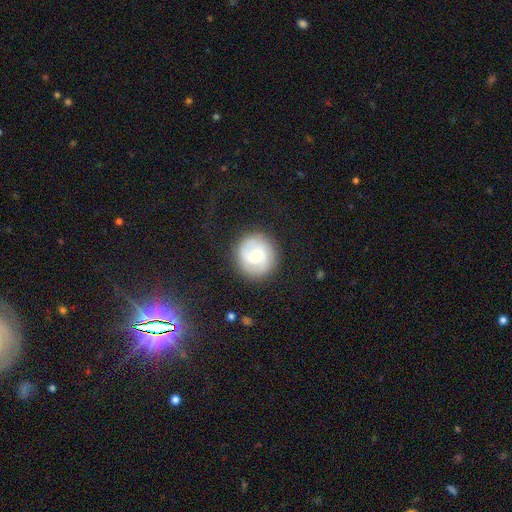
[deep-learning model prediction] A featured or disk galaxy (62%) with no bar (46%), 2 (64%) medium (42%, tied with tight) spiral arms (86%) and a moderate central bulge (60%).

Vote fractions:
- Smooth or featured? featured or disk: 62% / smooth: 31% / star or artifact: 7%
- Edge-on disk? no: 98% / yes: 2%
- Bar? no: 46% / weak: 44% / strong: 10%
- Spiral arms? yes: 86% / no: 14%
- Spiral winding? medium: 42% (tied) / tight: 42% (tied) / loose: 17%
- Spiral arm count? 2: 64% / can't tell: 16% / 3: 10% / 1: 4% / 4: 3% / more than 4: 3%
- Bulge size? moderate: 60% / small: 33% / large: 5% / none: 1% / dominant: 1%
- Merging? none: 86% / minor disturbance: 9% / major disturbance: 4% / merger: 1%